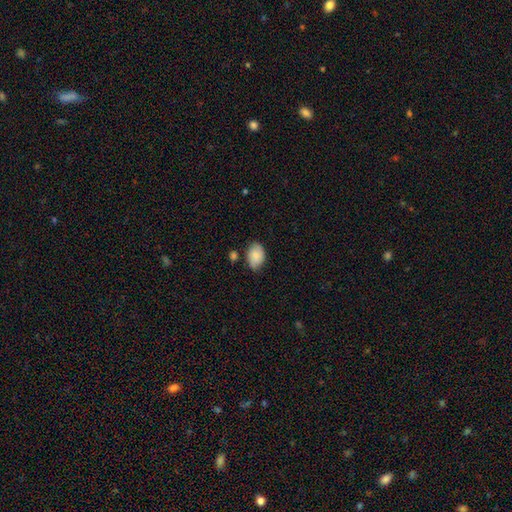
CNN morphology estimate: Smooth or featured? smooth (78%)
How rounded? in between (80%)
Merging? none (68%)